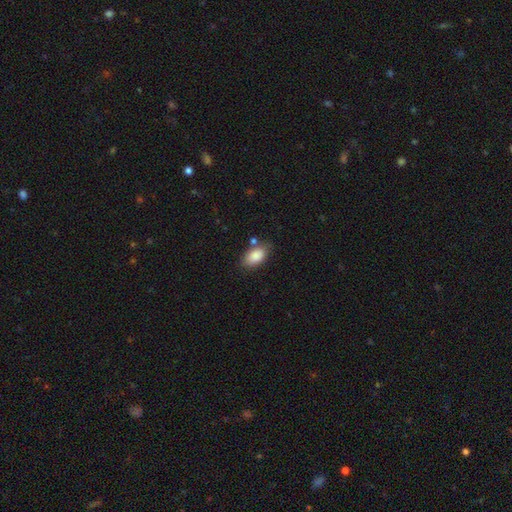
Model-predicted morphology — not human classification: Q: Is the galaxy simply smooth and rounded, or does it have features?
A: smooth — 87%.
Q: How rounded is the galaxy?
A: in between — 93%.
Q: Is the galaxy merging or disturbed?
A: none — 72%.